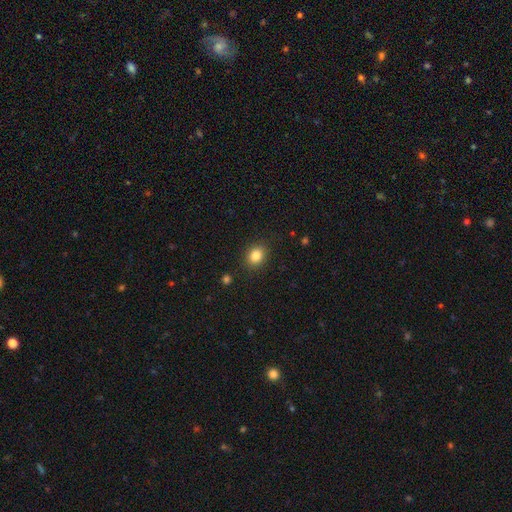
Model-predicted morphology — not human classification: Overall: smooth (84%). How rounded: round (54%; in between 45%). Merging: none (88%).